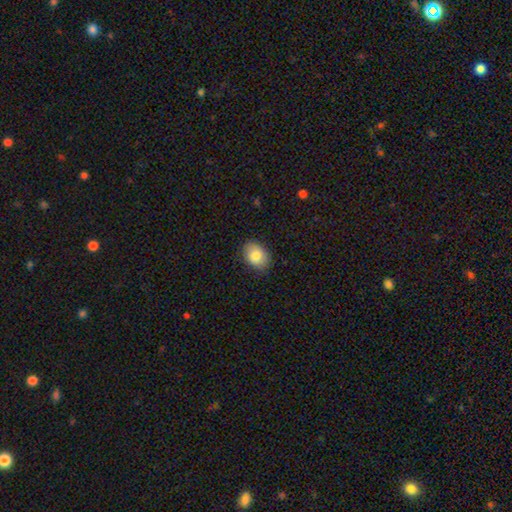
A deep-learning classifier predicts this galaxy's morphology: smooth-or-featured: smooth: 82% | featured or disk: 10% | star or artifact: 8%
  how-rounded: in between: 67% | round: 32% | cigar-shaped: 1%
  merging: none: 83% | minor disturbance: 14% | major disturbance: 3% | merger: 1%